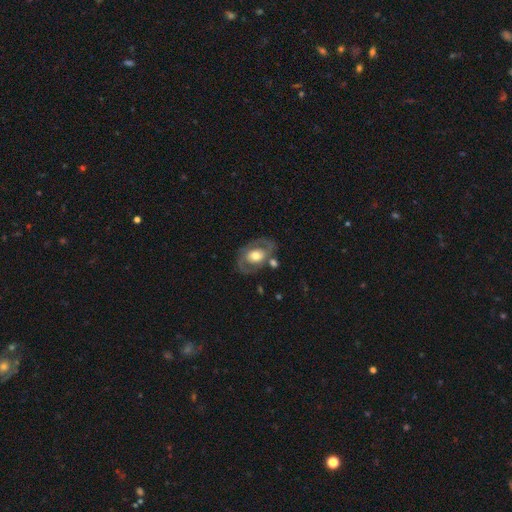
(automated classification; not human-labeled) A featured or disk galaxy (73%) with no bar (64%), 2 (82%) medium (47%) spiral arms (73%) and a moderate central bulge (64%). Merging: none (70%).